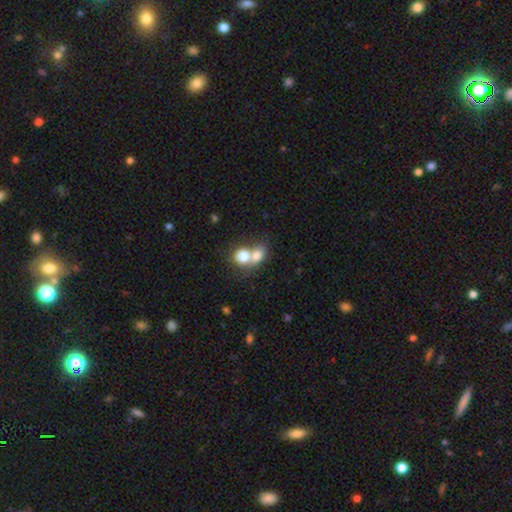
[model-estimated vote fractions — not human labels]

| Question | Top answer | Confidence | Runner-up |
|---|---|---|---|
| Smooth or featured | smooth | 74% | featured or disk (15%) |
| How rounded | round | 58% | in between (41%) |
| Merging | merger | 64% | none (27%) |